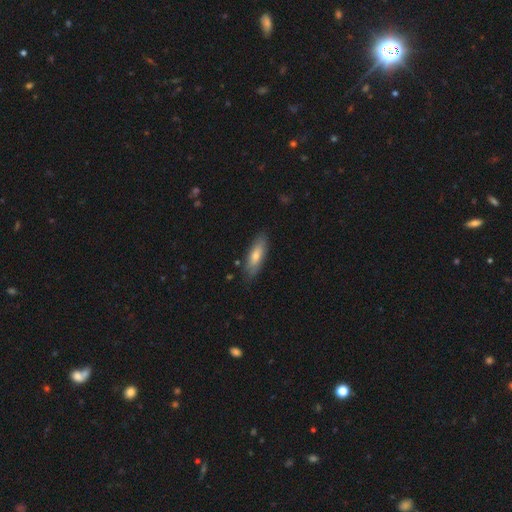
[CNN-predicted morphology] A smooth galaxy with no disk features (65%) that is cigar-shaped (50%). Merging: none (82%).